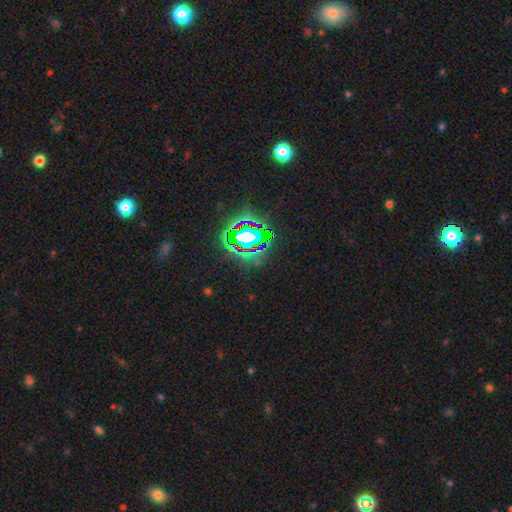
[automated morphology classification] Overall: star or artifact (80%).